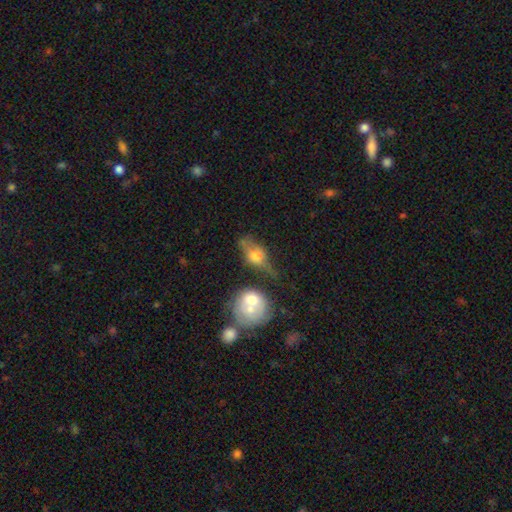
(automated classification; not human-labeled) This appears to be a featured or disk galaxy (48%). Merging: none (37%).